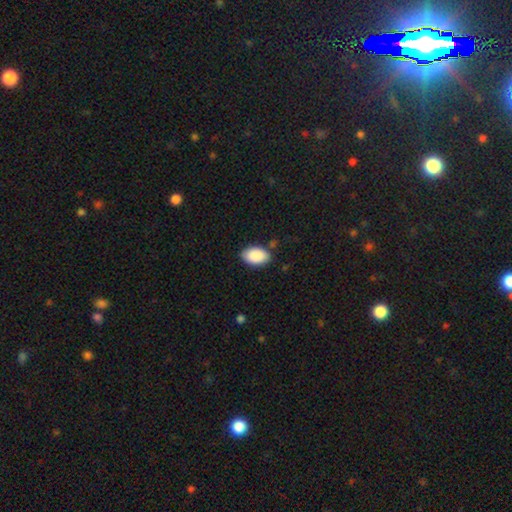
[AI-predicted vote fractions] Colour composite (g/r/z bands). It shows a smooth galaxy with no disk features (90%) that is in between round and cigar-shaped (93%). Merging: none (83%).